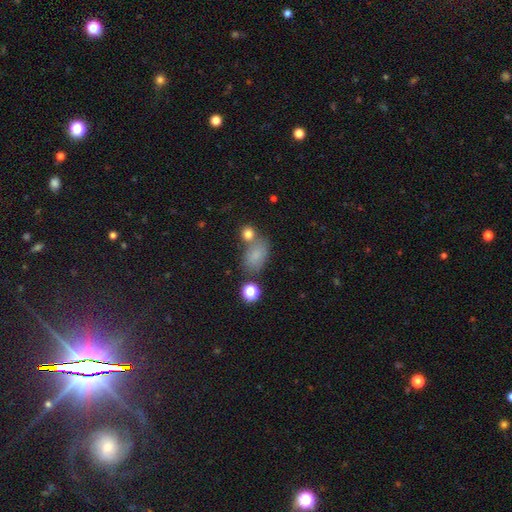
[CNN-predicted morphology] Smooth or featured? smooth (78%)
How rounded? in between (84%)
Merging? none (55%)